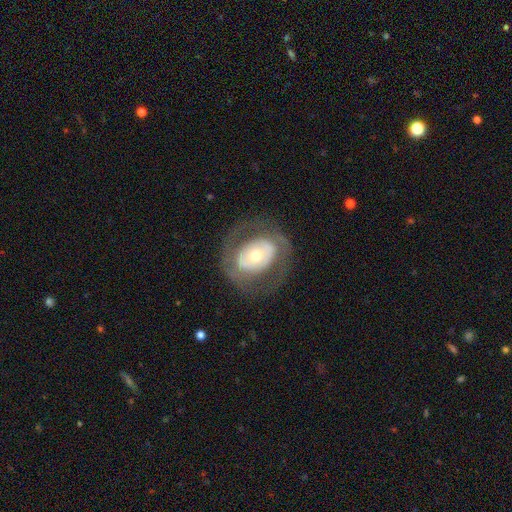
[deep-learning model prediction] The model was most divided on "bulge size": moderate: 52%, small: 38%, large: 7%, dominant: 2%, none: 1%. More confident: edge-on disk — no (95%); bar — no (73%); merging — none (72%); spiral arms — no (67%); smooth or featured — featured or disk (63%).